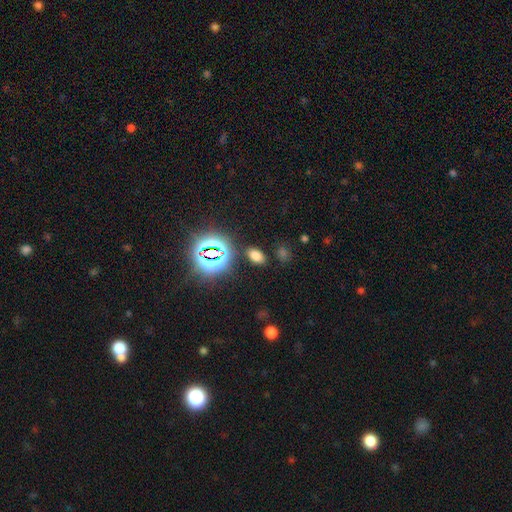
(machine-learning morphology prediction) A smooth galaxy with no disk features (67%) that is in between round and cigar-shaped (89%). Merging: none (84%).